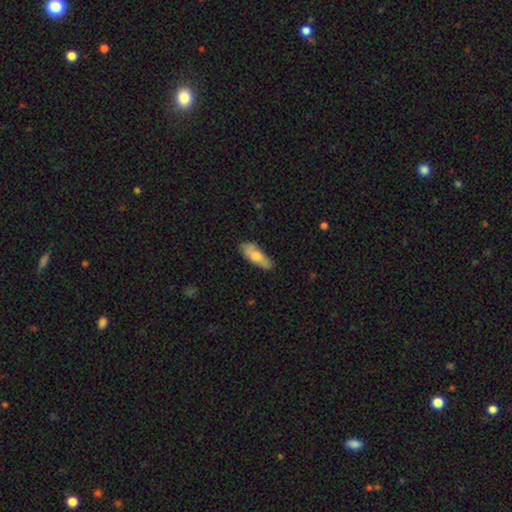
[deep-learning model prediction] A smooth galaxy with no disk features (65%) that is in between round and cigar-shaped (70%).

Vote fractions:
- Smooth or featured? smooth: 65% / featured or disk: 28% / star or artifact: 6%
- How rounded? in between: 70% / cigar-shaped: 27% / round: 3%
- Merging? none: 65% / minor disturbance: 25% / major disturbance: 6% / merger: 3%